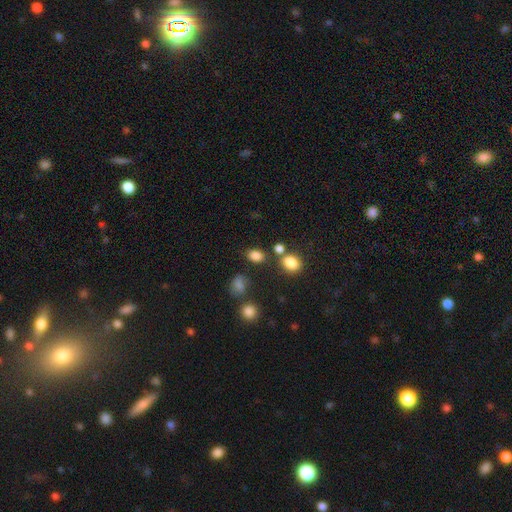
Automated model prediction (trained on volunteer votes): A smooth galaxy with no disk features (82%) that is in between round and cigar-shaped (71%). Merging: none (72%).